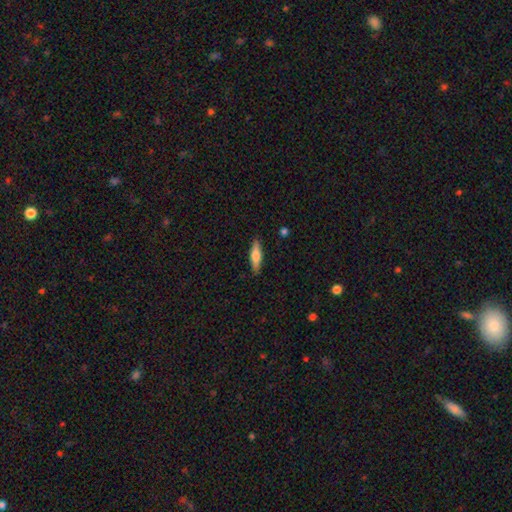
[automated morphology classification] Smooth or featured? Predicted: smooth (p=0.64). How rounded? Predicted: cigar-shaped (p=0.66). Merging? Predicted: none (p=0.88).